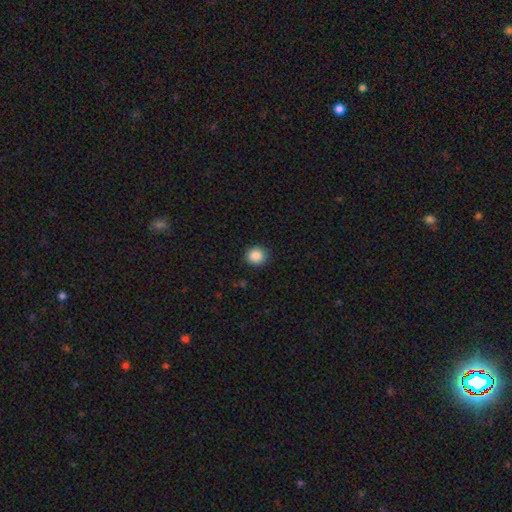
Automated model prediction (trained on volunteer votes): This appears to be a smooth galaxy with no disk features (88%) that is round (90%). Merging: none (91%).